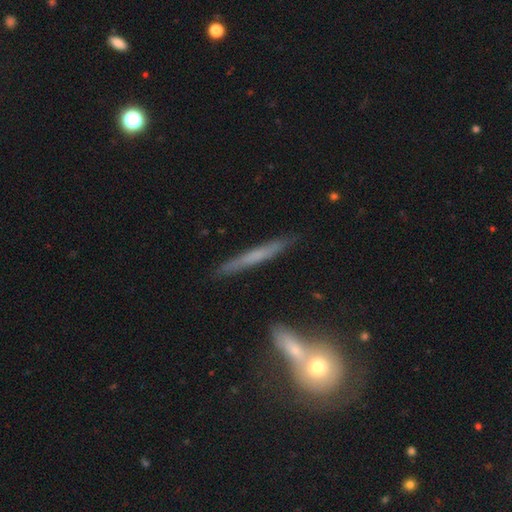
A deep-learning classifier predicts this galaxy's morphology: A featured or disk galaxy (48%).

Vote fractions:
- Smooth or featured? featured or disk: 48% / smooth: 45% / star or artifact: 7%
- Merging? none: 84% / minor disturbance: 9% / merger: 4% / major disturbance: 2%